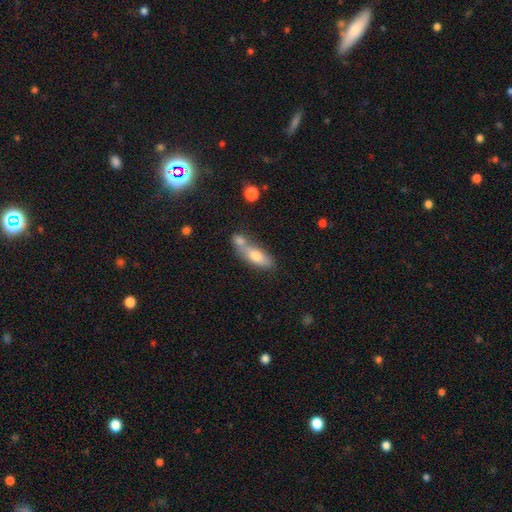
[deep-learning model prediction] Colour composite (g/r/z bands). It shows a smooth galaxy with no disk features (72%) that is in between round and cigar-shaped (65%). Merging: merger (50%).